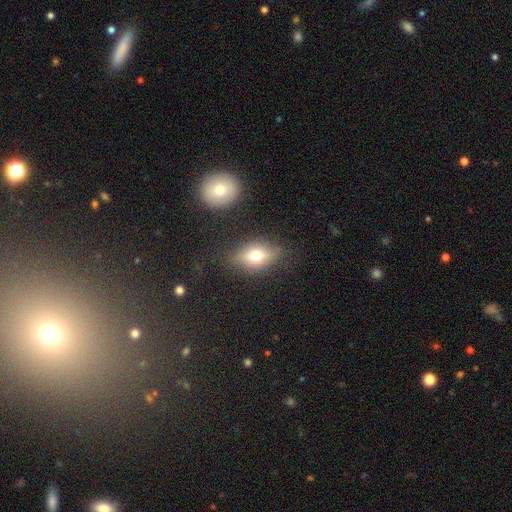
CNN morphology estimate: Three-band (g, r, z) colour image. It shows a smooth galaxy with no disk features (62%) that is in between round and cigar-shaped (78%). Merging: none (75%).